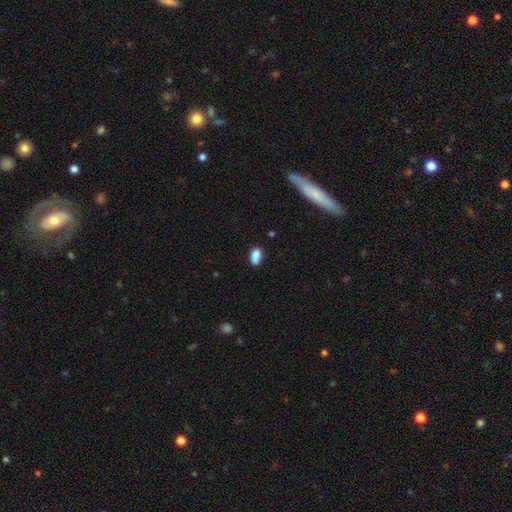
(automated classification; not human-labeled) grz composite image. It shows a smooth galaxy with no disk features (79%) that is in between round and cigar-shaped (84%). Merging: none (47%).